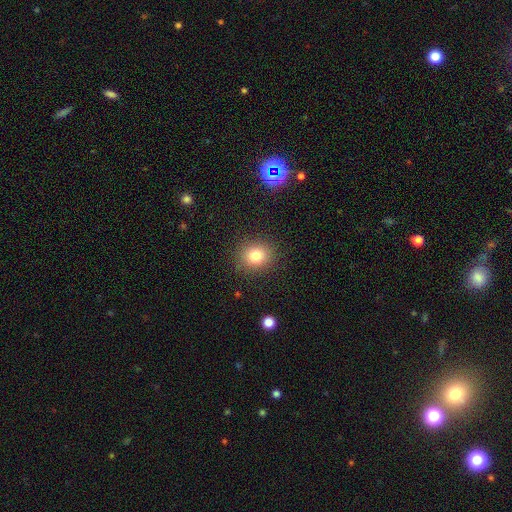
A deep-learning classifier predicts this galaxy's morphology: A smooth galaxy with no disk features (79%) that is round (81%).

Vote fractions:
- Smooth or featured? smooth: 79% / star or artifact: 12% / featured or disk: 8%
- How rounded? round: 81% / in between: 18% / cigar-shaped: 1%
- Merging? none: 88% / minor disturbance: 8% / major disturbance: 3% / merger: 1%